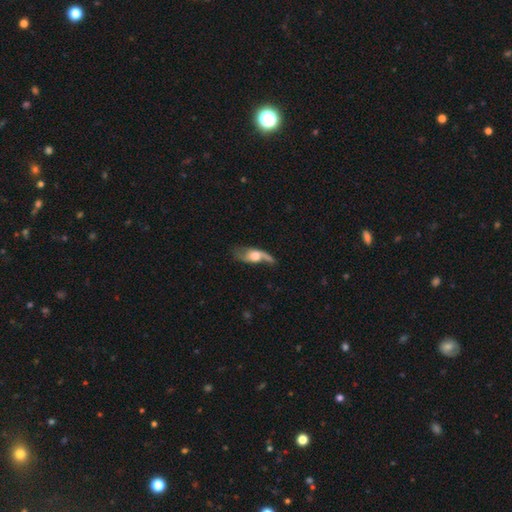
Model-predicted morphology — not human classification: A featured or disk galaxy (66%) with no bar (70%), spiral arms (83%) and a moderate central bulge (52%). Merging: none (44%).